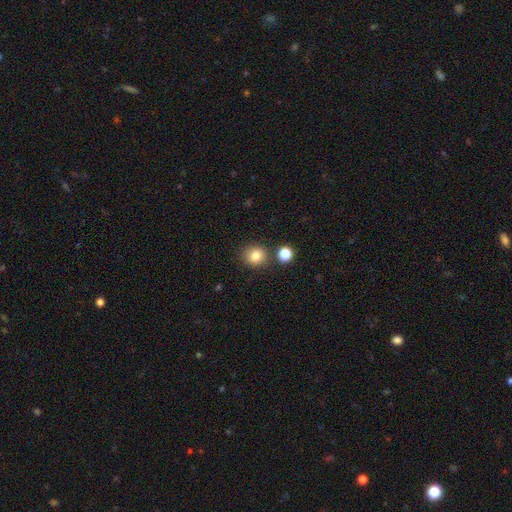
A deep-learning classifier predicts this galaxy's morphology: A smooth galaxy with no disk features (83%) that is round (81%). Merging: none (79%).